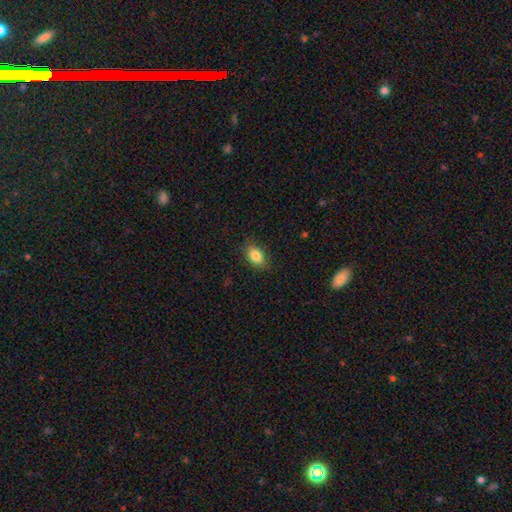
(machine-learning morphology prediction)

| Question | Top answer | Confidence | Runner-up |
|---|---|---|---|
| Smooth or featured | smooth | 84% | star or artifact (8%) |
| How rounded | in between | 85% | round (13%) |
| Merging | none | 85% | minor disturbance (11%) |